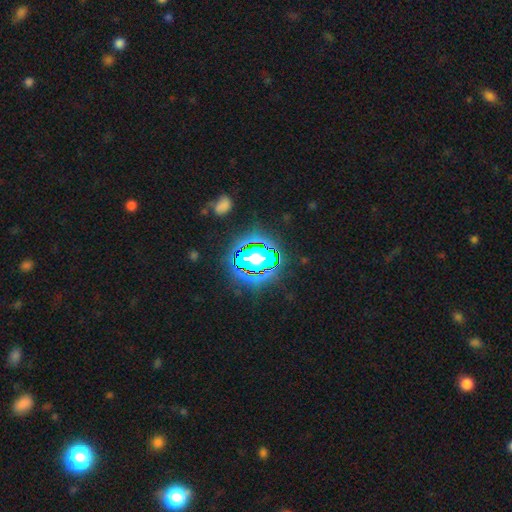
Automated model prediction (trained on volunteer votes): smooth-or-featured: star or artifact: 78% | smooth: 13% | featured or disk: 9%